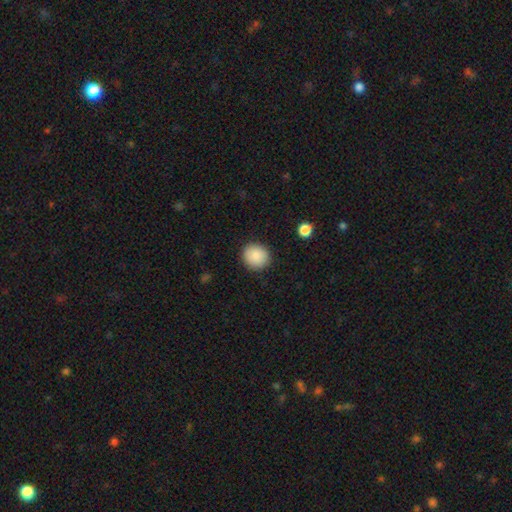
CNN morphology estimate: A smooth galaxy with no disk features (88%) that is round (86%). Merging: none (90%).